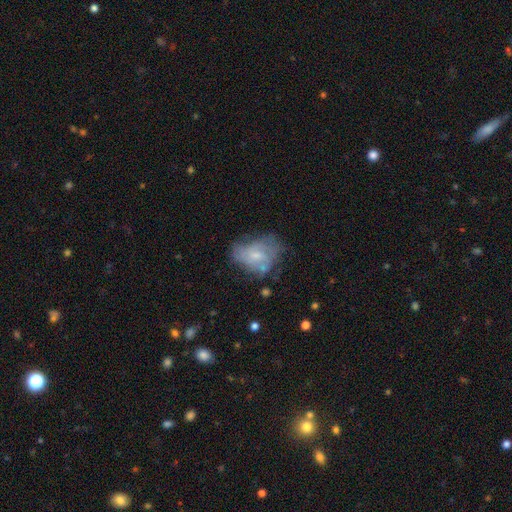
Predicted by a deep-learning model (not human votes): Smooth or featured? featured or disk (57%)
Edge-on disk? no (97%)
Bar? no (63%)
Spiral arms? yes (60%)
Bulge size? small (58%)
Merging? none (41%)